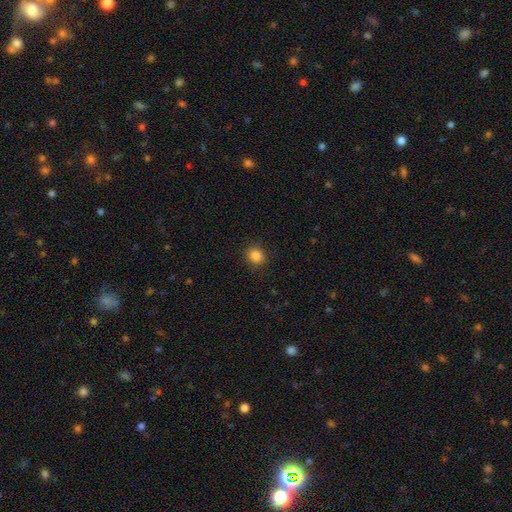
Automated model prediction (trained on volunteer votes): smooth_or_featured: smooth (p=0.85) [alt: star or artifact p=0.11]
how_rounded: round (p=0.81) [alt: in between p=0.18]
merging: none (p=0.89) [alt: minor disturbance p=0.08]